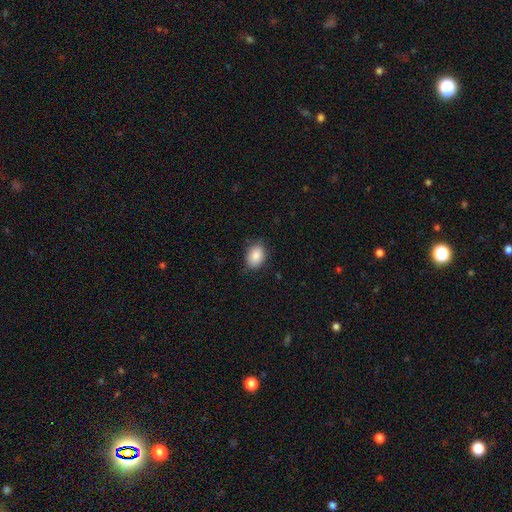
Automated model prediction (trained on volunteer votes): Q: Smooth or featured?
A: smooth (87%); runner-up: star or artifact (8%)
Q: How rounded?
A: in between (80%); runner-up: round (19%)
Q: Merging?
A: none (82%); runner-up: minor disturbance (14%)